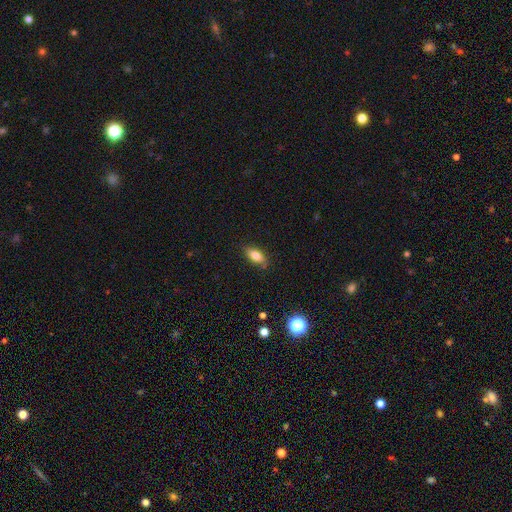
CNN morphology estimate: Smooth or featured: smooth — 81% (featured or disk — 11%)
How rounded: in between — 83% (cigar-shaped — 13%)
Merging: none — 83% (minor disturbance — 13%)